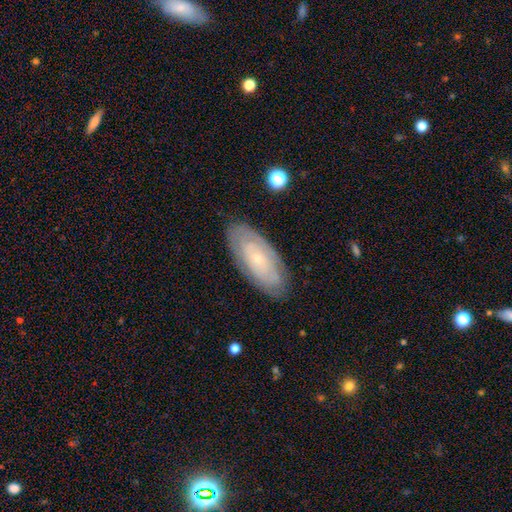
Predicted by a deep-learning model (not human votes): smooth-or-featured: featured or disk: 59% | smooth: 31% | star or artifact: 10%
  disk-edge-on: no: 87% | yes: 13%
    bar: no: 77% | weak: 18% | strong: 4%
    has-spiral-arms: yes: 79% | no: 21%
    bulge-size: small: 79% | moderate: 16% | none: 3% | large: 2% | dominant: 1%
  merging: none: 85% | minor disturbance: 12% | major disturbance: 3% | merger: 1%